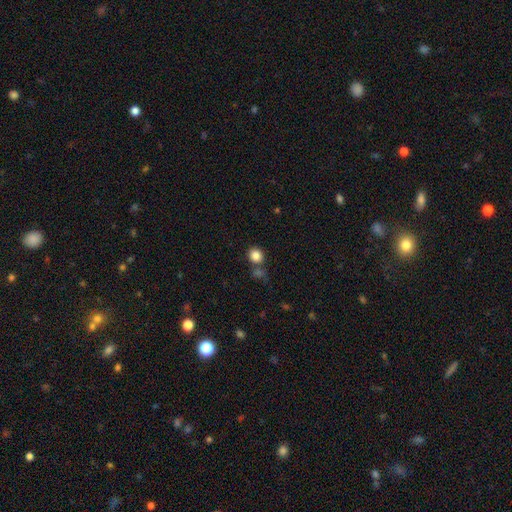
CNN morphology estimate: Smooth or featured? Predicted: smooth (p=0.85). How rounded? Predicted: round (p=0.82). Merging? Predicted: none (p=0.70).